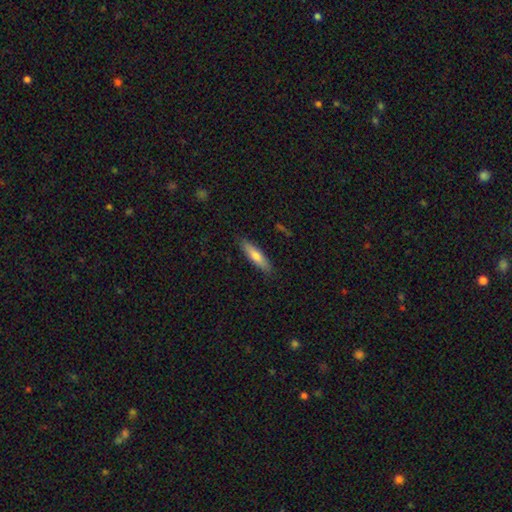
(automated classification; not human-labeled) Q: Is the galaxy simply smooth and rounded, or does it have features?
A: smooth — 70%.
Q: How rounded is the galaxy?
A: cigar-shaped — 75%.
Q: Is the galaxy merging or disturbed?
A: none — 88%.